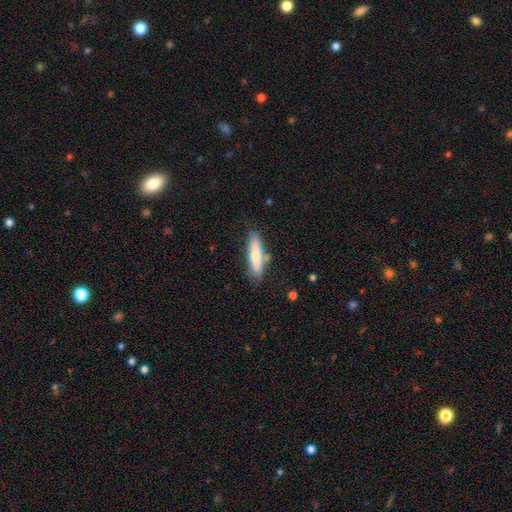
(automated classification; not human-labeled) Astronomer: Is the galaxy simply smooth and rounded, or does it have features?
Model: smooth — 71%.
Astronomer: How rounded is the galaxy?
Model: cigar-shaped — 74%.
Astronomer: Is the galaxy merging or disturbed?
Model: none — 75%.